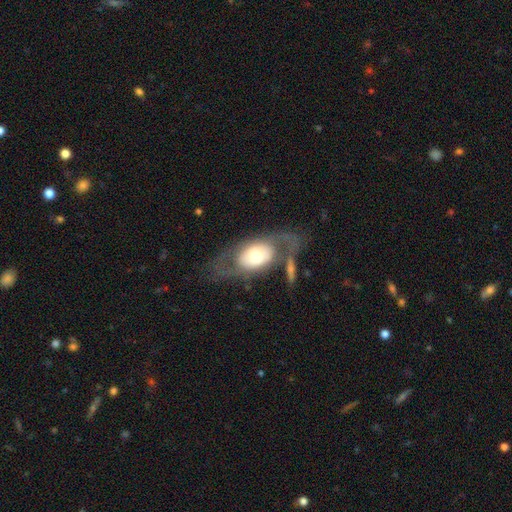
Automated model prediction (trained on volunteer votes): The model was most divided on "spiral arms": no: 59%, yes: 41%. More confident: edge-on disk — no (87%); bar — no (79%); smooth or featured — featured or disk (58%); bulge size — moderate (55%); merging — none (53%).